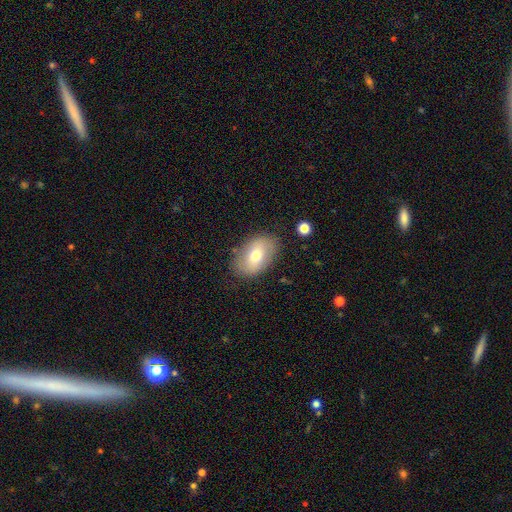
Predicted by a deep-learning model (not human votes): Smooth or featured? smooth (67%)
How rounded? in between (89%)
Merging? none (80%)